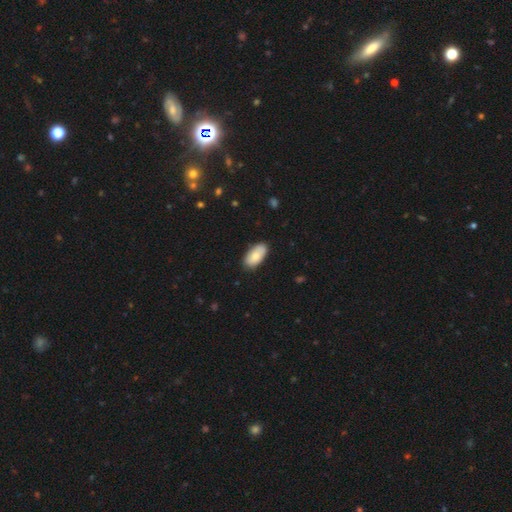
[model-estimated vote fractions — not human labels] Smooth or featured? smooth (79%)
How rounded? in between (95%)
Merging? none (83%)